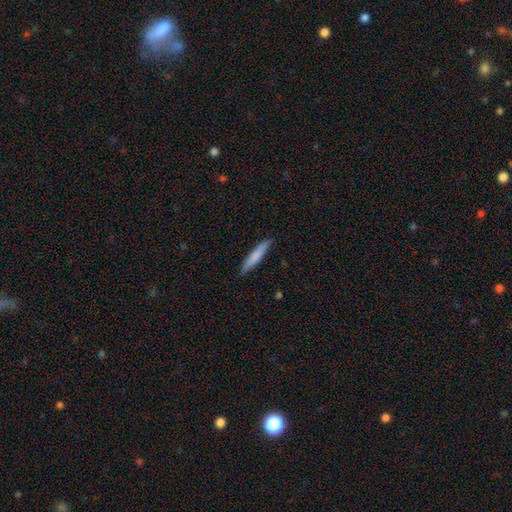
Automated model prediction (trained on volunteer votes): The model was most divided on "smooth or featured": smooth: 77%, featured or disk: 17%, star or artifact: 5%. More confident: how rounded — cigar-shaped (92%); merging — none (88%).